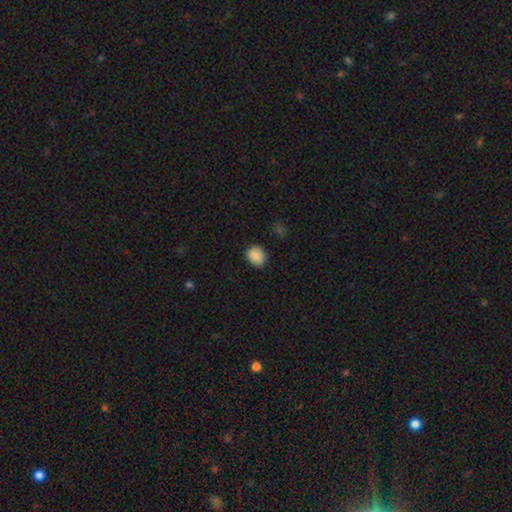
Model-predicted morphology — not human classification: type=smooth (89%); roundness=round (53%); merging=none (87%).